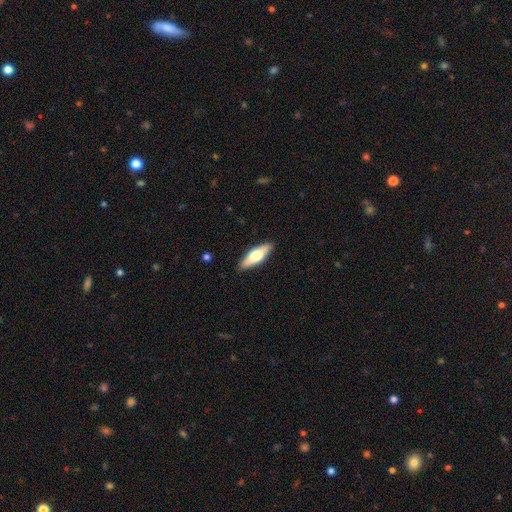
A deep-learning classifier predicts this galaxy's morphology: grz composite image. It shows a smooth galaxy with no disk features (55%) that is in between round and cigar-shaped (55%). Merging: none (88%).